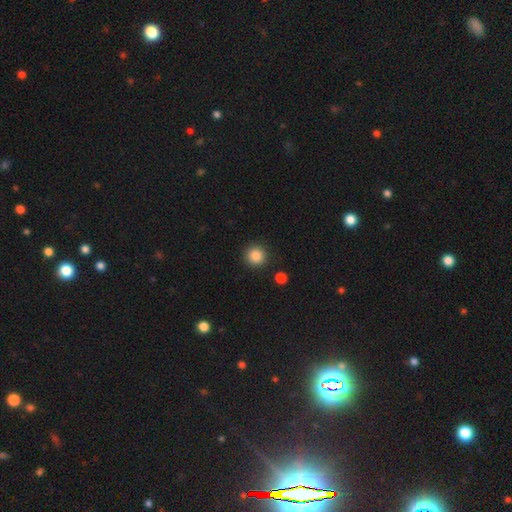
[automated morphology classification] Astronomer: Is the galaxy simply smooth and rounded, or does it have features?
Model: smooth — 86%.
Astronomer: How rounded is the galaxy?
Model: round — 95%.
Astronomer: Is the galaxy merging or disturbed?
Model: none — 90%.